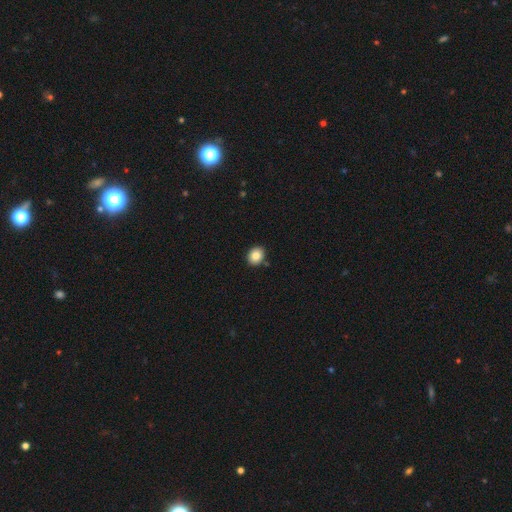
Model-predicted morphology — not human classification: The model was most divided on "how rounded": round: 60%, in between: 39%, cigar-shaped: 1%. More confident: merging — none (87%); smooth or featured — smooth (84%).